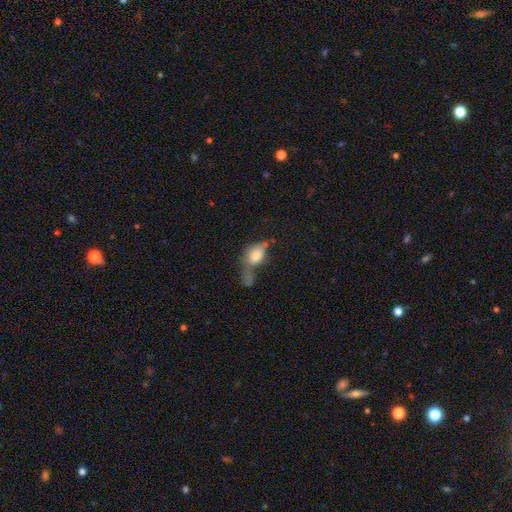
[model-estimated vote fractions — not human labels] Smooth or featured?
  - smooth: 70% *
  - featured or disk: 20%
  - star or artifact: 10%
How rounded?
  - in between: 79% *
  - round: 15%
  - cigar-shaped: 5%
Merging?
  - major disturbance: 31% *
  - merger: 30%
  - none: 21%
  - minor disturbance: 19%